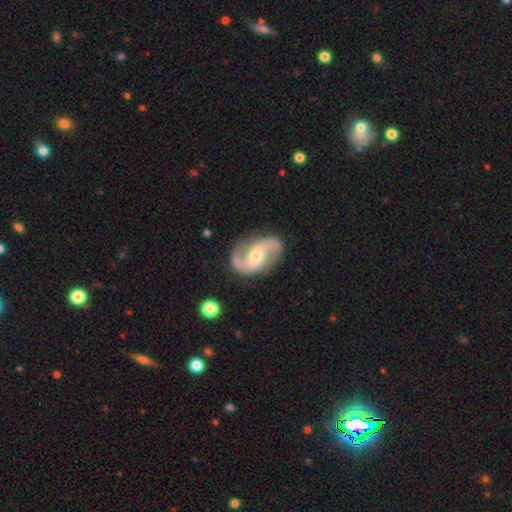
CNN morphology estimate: A featured or disk galaxy (91%) with a weak bar (39%), 2 (94%) medium (46%) spiral arms (97%) and a moderate central bulge (56%). Merging: none (85%).